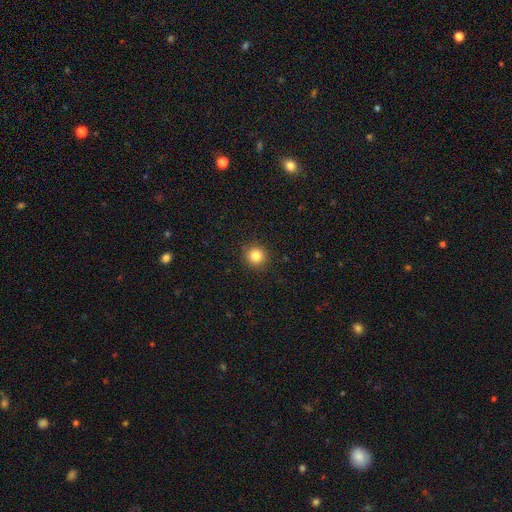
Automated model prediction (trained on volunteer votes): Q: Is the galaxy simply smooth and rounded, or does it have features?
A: smooth — 84%.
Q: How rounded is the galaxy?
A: round — 94%.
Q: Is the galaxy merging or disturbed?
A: none — 92%.